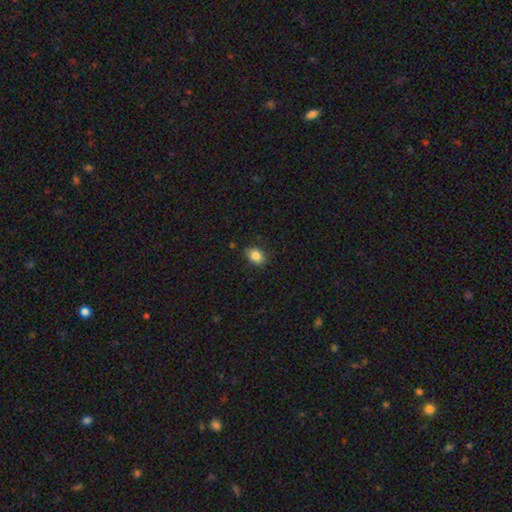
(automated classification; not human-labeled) This appears to be a smooth galaxy with no disk features (85%) that is in between round and cigar-shaped (70%). Merging: none (85%).